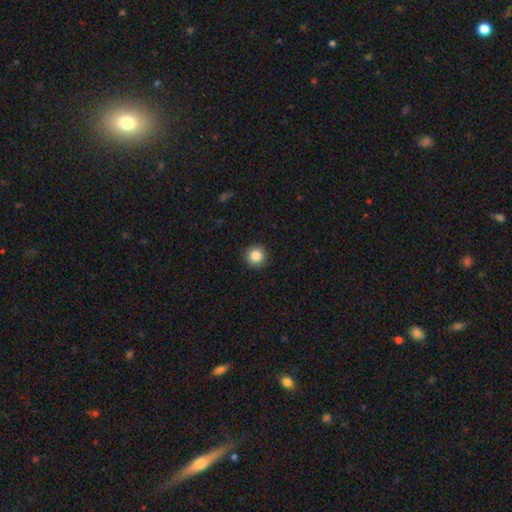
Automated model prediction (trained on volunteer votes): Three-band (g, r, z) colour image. It shows a smooth galaxy with no disk features (86%) that is round (95%). Merging: none (92%).